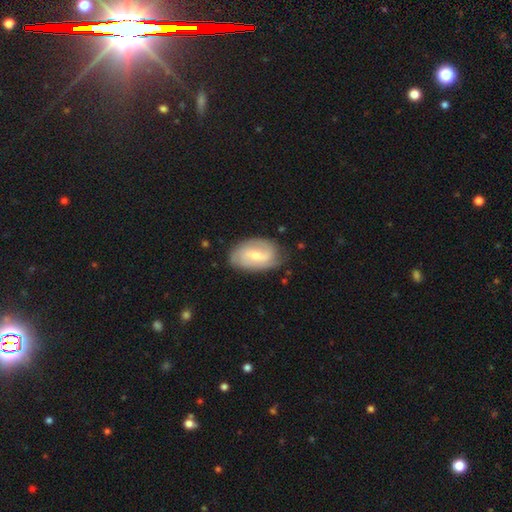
Overall: featured or disk (79%). Edge-on disk: no (93%). Bar: weak (71%). Spiral arms: yes (86%). Spiral arm count: 2 (54%; 3 38%). Spiral winding: medium (38%; tight 33%). Bulge size: moderate (57%; small 43%). Merging: none (91%).